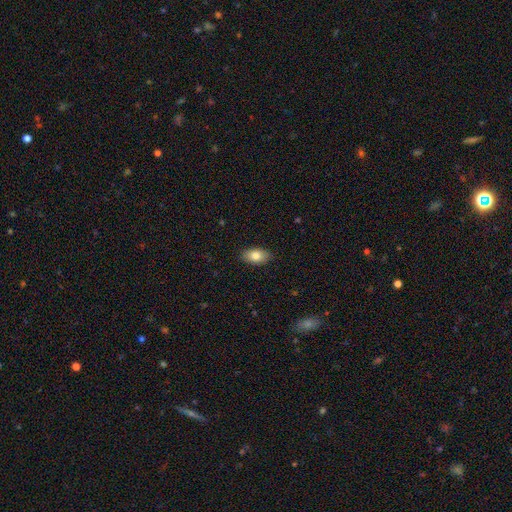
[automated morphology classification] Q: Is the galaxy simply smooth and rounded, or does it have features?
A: smooth — 81%.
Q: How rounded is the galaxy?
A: in between — 91%.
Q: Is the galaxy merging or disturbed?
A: none — 88%.